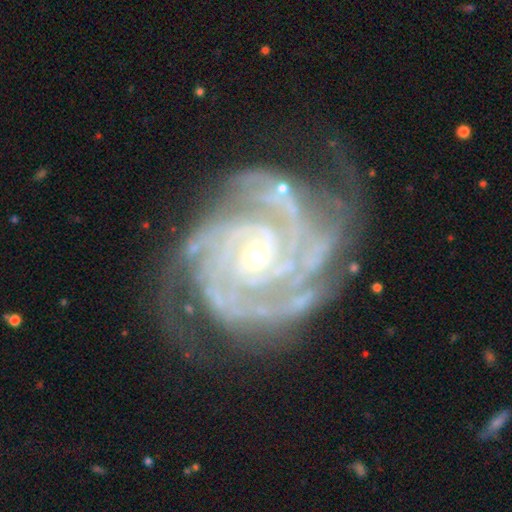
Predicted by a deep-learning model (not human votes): smooth_or_featured: featured or disk (p=0.93) [alt: star or artifact p=0.05]
disk_edge_on: no (p=0.98) [alt: yes p=0.02]
bar: no (p=0.71) [alt: weak p=0.20]
has_spiral_arms: yes (p=0.99) [alt: no p=0.01]
spiral_winding: tight (p=0.73) [alt: medium p=0.24]
spiral_arm_count: 3 (p=0.30) [alt: 2 p=0.23]
bulge_size: small (p=0.79) [alt: moderate p=0.18]
merging: none (p=0.62) [alt: minor disturbance p=0.22]